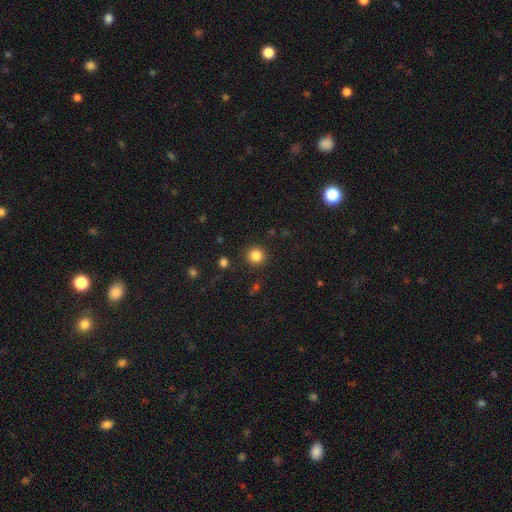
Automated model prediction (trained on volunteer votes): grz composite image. It shows a smooth galaxy with no disk features (84%) that is round (94%). Merging: none (91%).